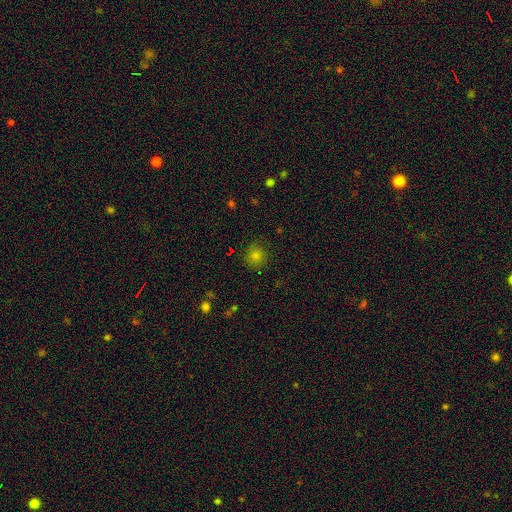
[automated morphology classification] smooth_or_featured: smooth (p=0.79) [alt: star or artifact p=0.15]
how_rounded: round (p=0.91) [alt: in between p=0.08]
merging: none (p=0.86) [alt: minor disturbance p=0.10]